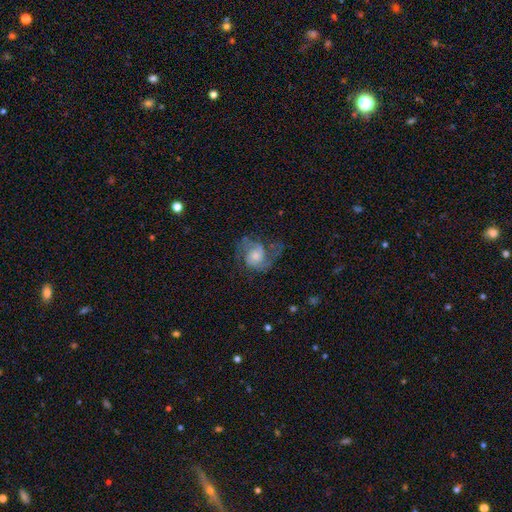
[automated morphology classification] type=featured or disk (74%); edge-on=no (98%); bar=no (67%); spiral arms=yes (92%); winding=medium (49%); arm count=2 (79%); bulge=moderate (42%); merging=none (55%).